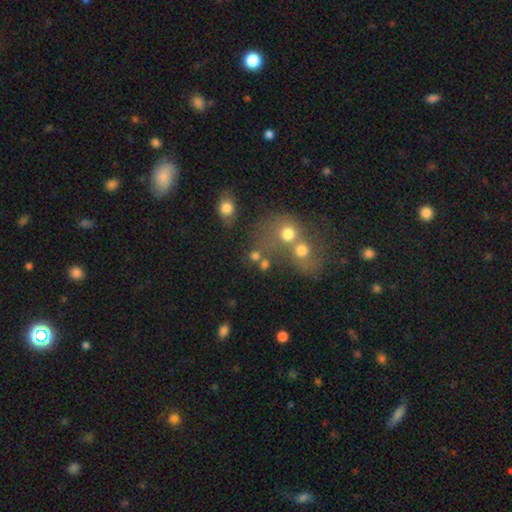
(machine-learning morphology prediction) Overall: smooth (70%). How rounded: round (73%). Merging: merger (45%; none 39%).